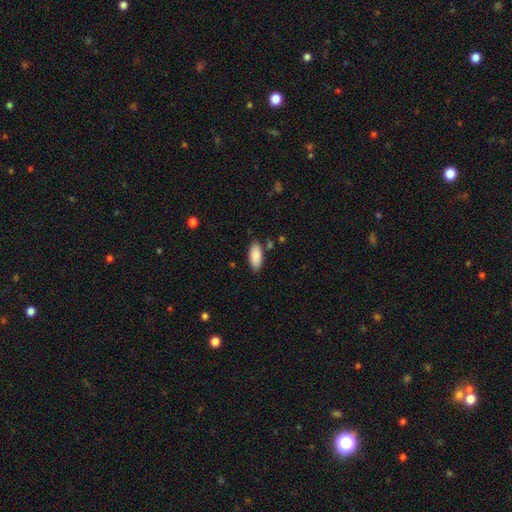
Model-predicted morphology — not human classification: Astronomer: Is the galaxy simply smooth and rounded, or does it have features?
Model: smooth — 89%.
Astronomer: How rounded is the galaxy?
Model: in between — 88%.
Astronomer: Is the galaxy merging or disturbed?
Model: none — 82%.